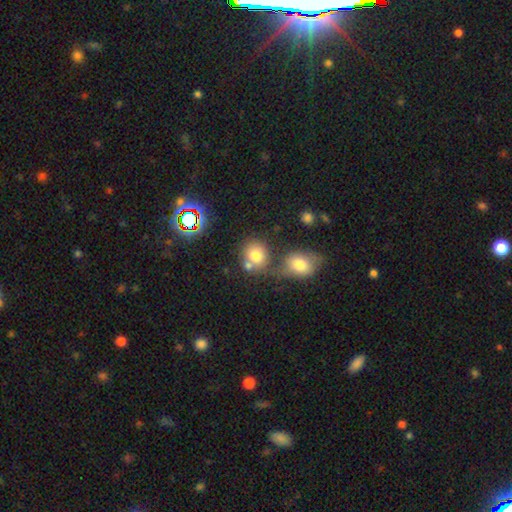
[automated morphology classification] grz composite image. It shows a smooth galaxy with no disk features (76%) that is round (77%). Merging: none (47%).